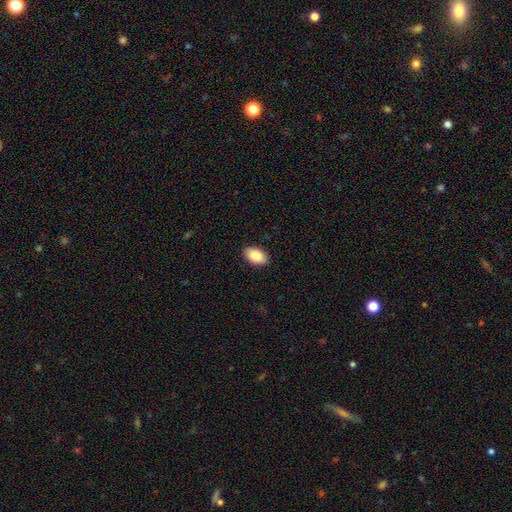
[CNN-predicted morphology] Overall: smooth (86%). How rounded: in between (93%). Merging: none (90%).